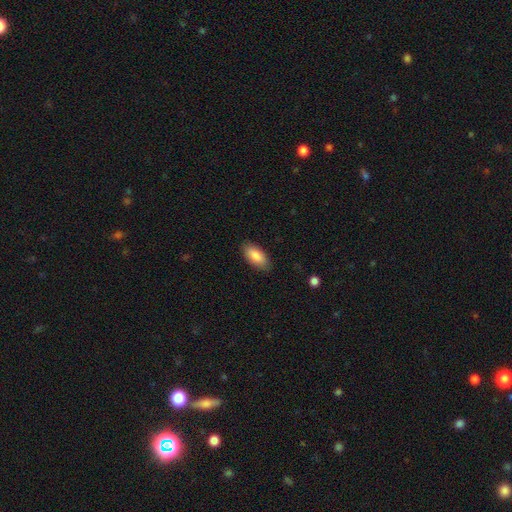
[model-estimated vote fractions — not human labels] A smooth galaxy with no disk features (87%) that is in between round and cigar-shaped (90%).

Vote fractions:
- Smooth or featured? smooth: 87% / featured or disk: 7% / star or artifact: 6%
- How rounded? in between: 90% / cigar-shaped: 8% / round: 2%
- Merging? none: 86% / minor disturbance: 11% / major disturbance: 2% / merger: 1%